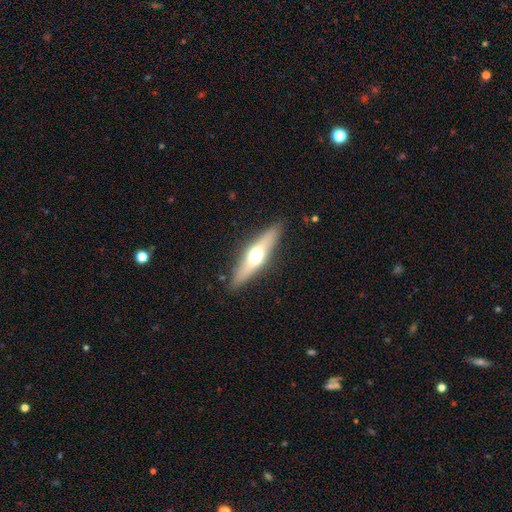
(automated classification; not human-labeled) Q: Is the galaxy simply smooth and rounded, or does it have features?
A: featured or disk — 54%.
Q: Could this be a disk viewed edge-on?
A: yes — 89%.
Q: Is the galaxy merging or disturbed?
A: none — 88%.